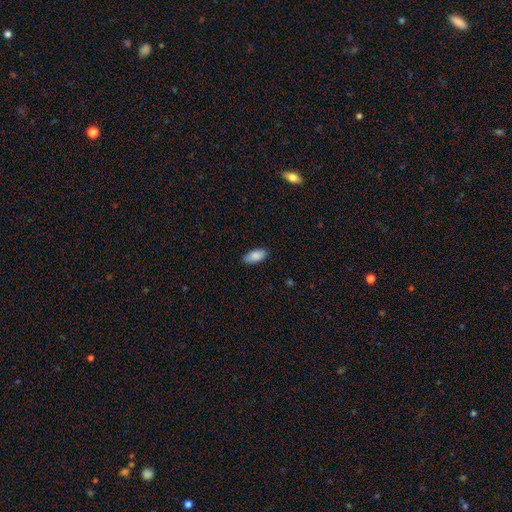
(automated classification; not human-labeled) smooth-or-featured: smooth: 88% | star or artifact: 6% | featured or disk: 6%
  how-rounded: in between: 92% | cigar-shaped: 6% | round: 2%
  merging: none: 85% | minor disturbance: 12% | major disturbance: 2% | merger: 1%